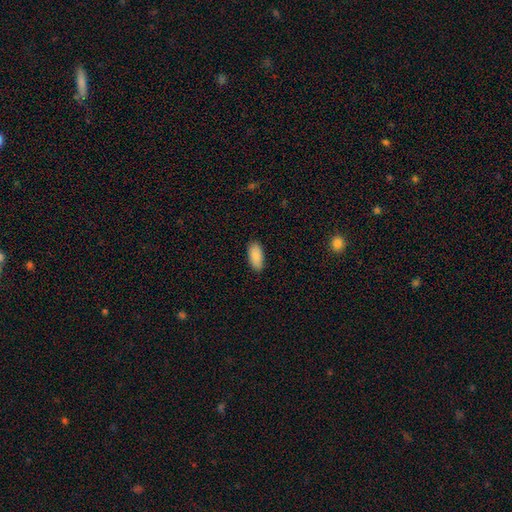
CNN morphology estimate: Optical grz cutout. It shows a smooth galaxy with no disk features (89%) that is in between round and cigar-shaped (91%). Merging: none (88%).